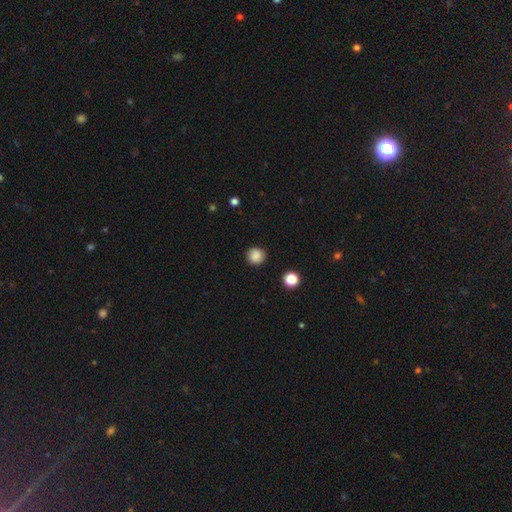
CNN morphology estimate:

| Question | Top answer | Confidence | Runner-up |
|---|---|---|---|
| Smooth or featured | smooth | 85% | star or artifact (10%) |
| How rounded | round | 92% | in between (7%) |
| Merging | none | 88% | minor disturbance (9%) |